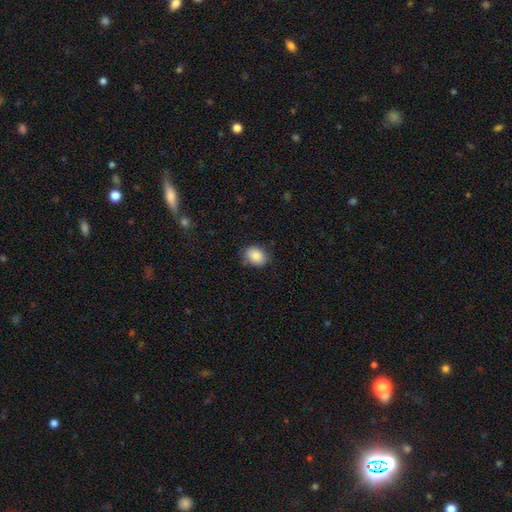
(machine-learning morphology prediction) Smooth or featured? smooth (87%)
How rounded? in between (66%)
Merging? none (80%)